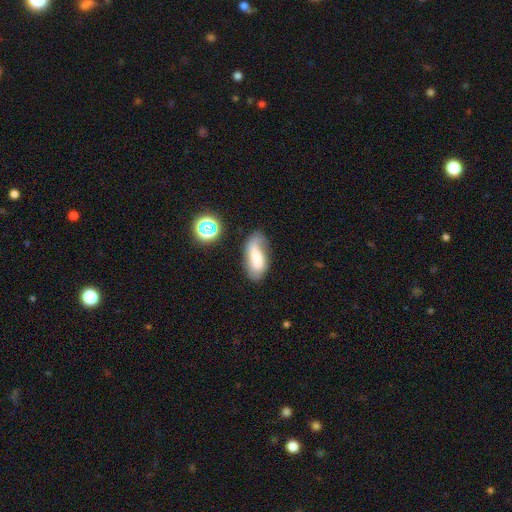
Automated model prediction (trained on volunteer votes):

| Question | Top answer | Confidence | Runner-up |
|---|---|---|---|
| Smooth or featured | smooth | 56% | featured or disk (33%) |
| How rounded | in between | 85% | cigar-shaped (11%) |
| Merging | none | 48% | minor disturbance (31%) |